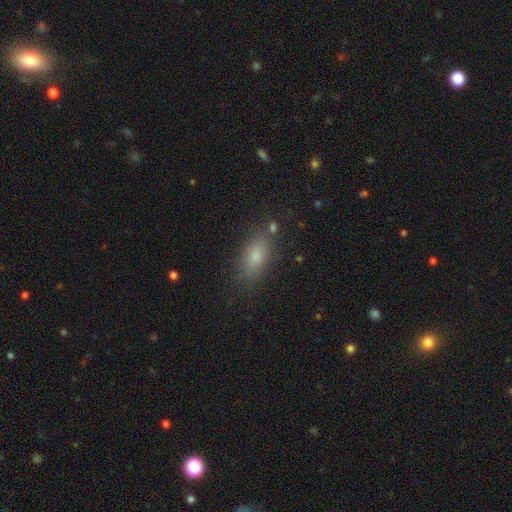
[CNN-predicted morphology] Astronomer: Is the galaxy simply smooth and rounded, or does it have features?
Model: smooth — 78%.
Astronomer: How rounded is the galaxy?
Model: in between — 83%.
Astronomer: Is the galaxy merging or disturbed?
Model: none — 78%.